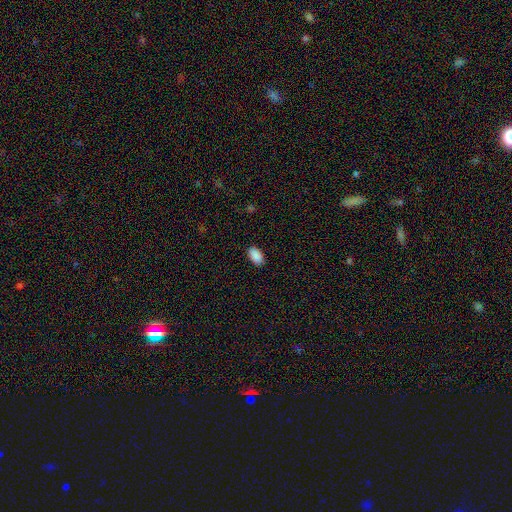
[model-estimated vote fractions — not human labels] A smooth galaxy with no disk features (90%) that is in between round and cigar-shaped (95%). Merging: none (89%).